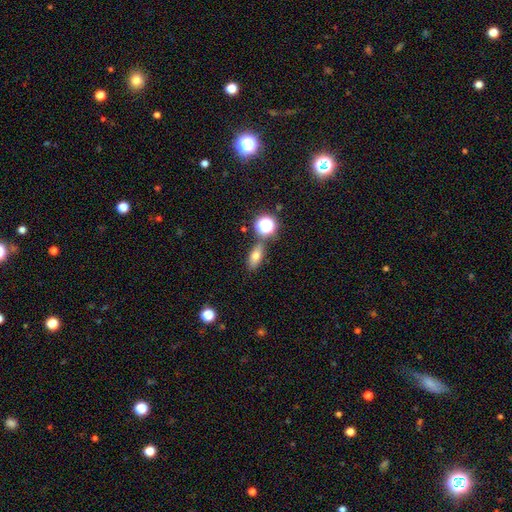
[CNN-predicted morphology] type=smooth (68%); roundness=in between (72%); merging=none (75%).